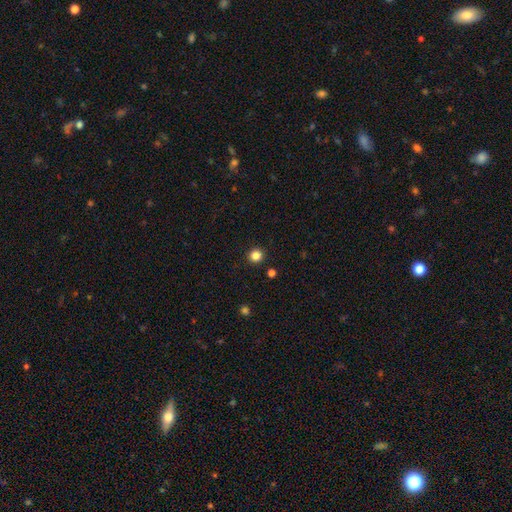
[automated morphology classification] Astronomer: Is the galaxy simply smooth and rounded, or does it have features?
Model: smooth — 84%.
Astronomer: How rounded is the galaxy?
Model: round — 94%.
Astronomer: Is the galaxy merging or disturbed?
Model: none — 93%.